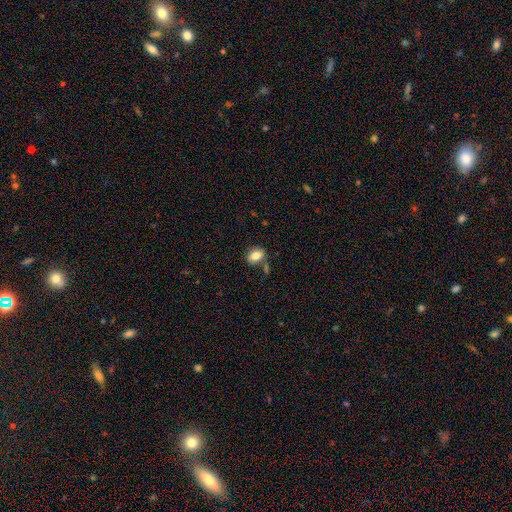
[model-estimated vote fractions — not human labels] The model was most divided on "how rounded": in between: 75%, round: 23%, cigar-shaped: 2%. More confident: smooth or featured — smooth (82%); merging — none (72%).